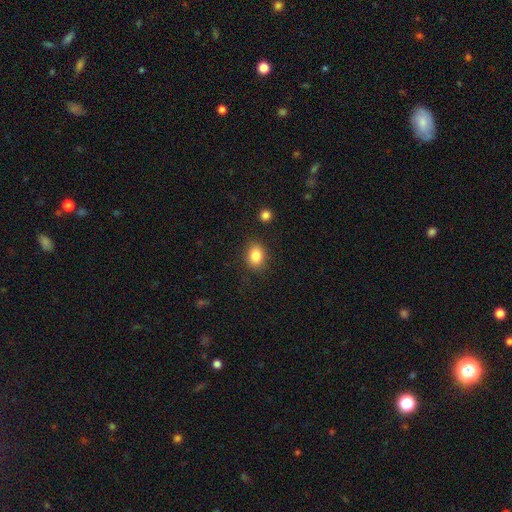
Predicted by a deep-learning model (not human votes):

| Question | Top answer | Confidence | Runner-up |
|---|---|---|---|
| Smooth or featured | smooth | 84% | star or artifact (9%) |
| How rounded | in between | 60% | round (39%) |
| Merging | none | 85% | minor disturbance (10%) |